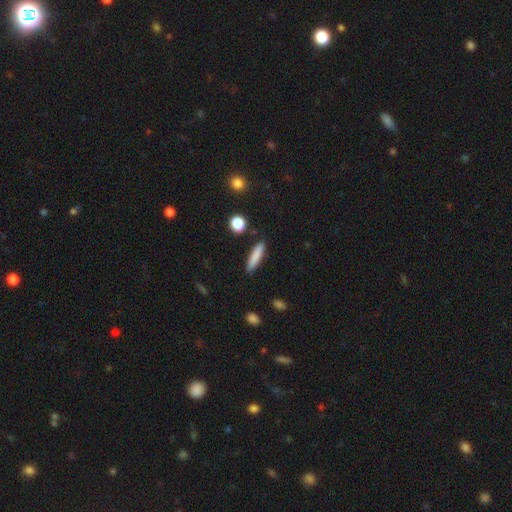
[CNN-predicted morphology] Q: Smooth or featured?
A: smooth (83%); runner-up: featured or disk (10%)
Q: How rounded?
A: cigar-shaped (79%); runner-up: in between (19%)
Q: Merging?
A: none (87%); runner-up: minor disturbance (8%)